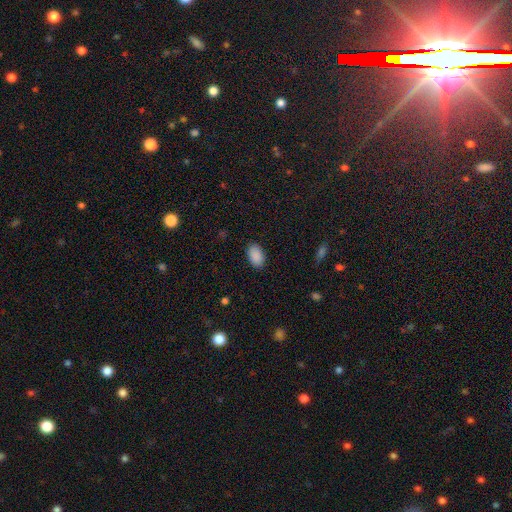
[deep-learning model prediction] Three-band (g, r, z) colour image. It shows a smooth galaxy with no disk features (90%) that is in between round and cigar-shaped (93%). Merging: none (89%).